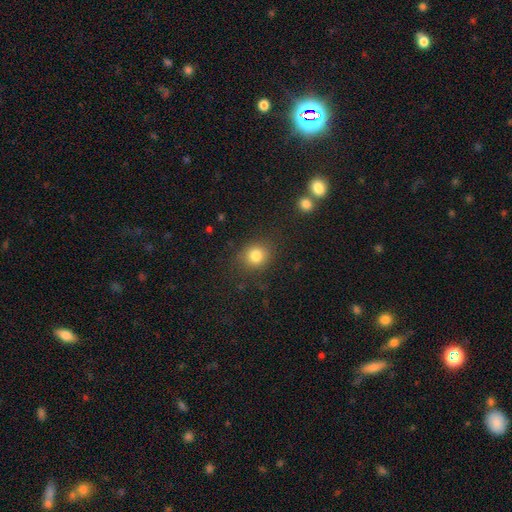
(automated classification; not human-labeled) Overall: smooth (82%). How rounded: round (77%). Merging: none (83%).